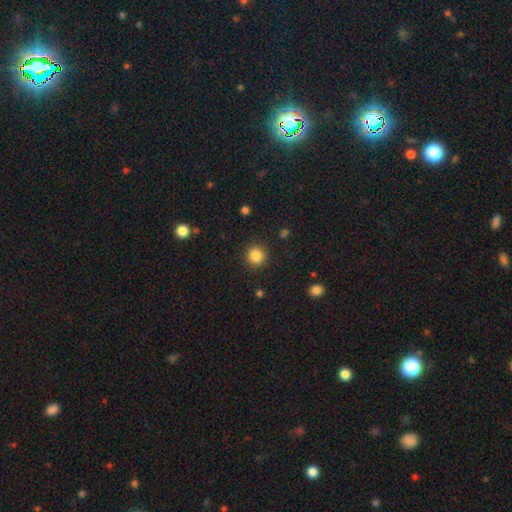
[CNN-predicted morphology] Q: Smooth or featured?
A: smooth (85%); runner-up: star or artifact (11%)
Q: How rounded?
A: round (94%); runner-up: in between (5%)
Q: Merging?
A: none (91%); runner-up: minor disturbance (6%)